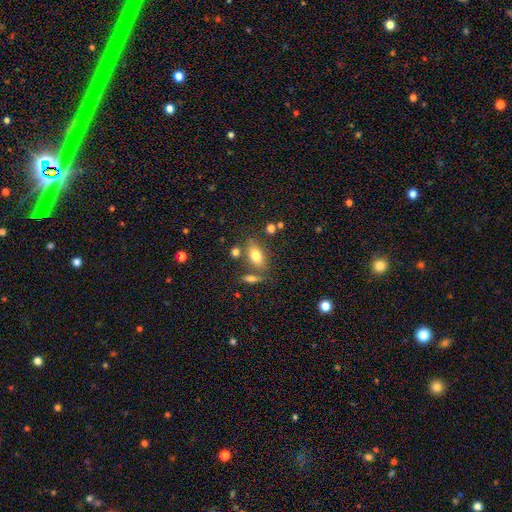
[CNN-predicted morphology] A smooth galaxy with no disk features (74%) that is in between round and cigar-shaped (85%). Merging: none (66%).